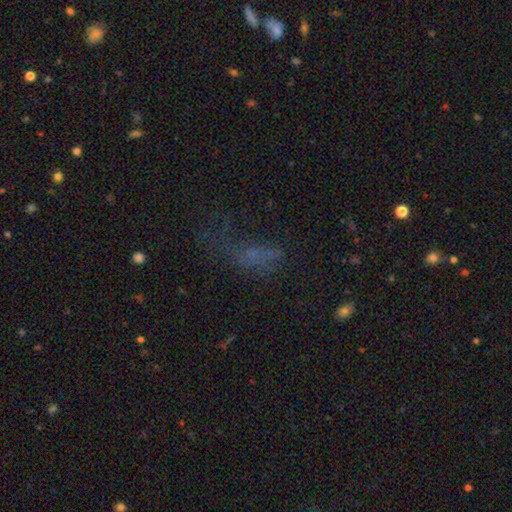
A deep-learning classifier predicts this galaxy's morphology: smooth_or_featured: smooth (p=0.45) [alt: star or artifact p=0.31]
merging: major disturbance (p=0.41) [alt: none p=0.34]